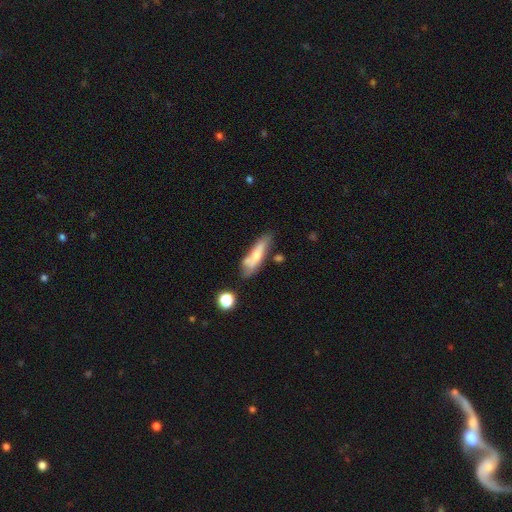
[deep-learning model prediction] This appears to be a smooth galaxy with no disk features (56%) that is cigar-shaped (54%). Merging: none (48%).